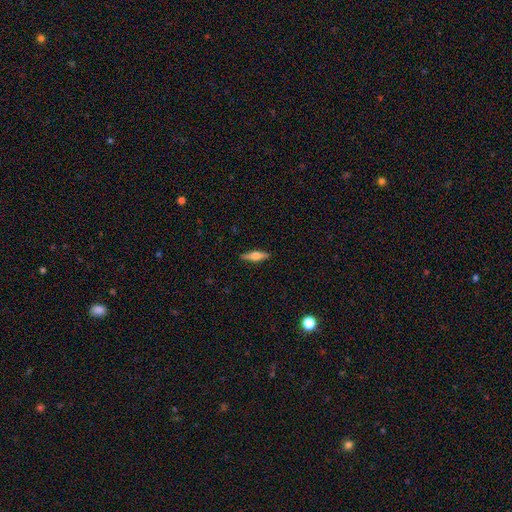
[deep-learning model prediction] smooth-or-featured: featured or disk: 49% | smooth: 45% | star or artifact: 6%
  merging: none: 90% | minor disturbance: 8% | major disturbance: 2% | merger: 1%